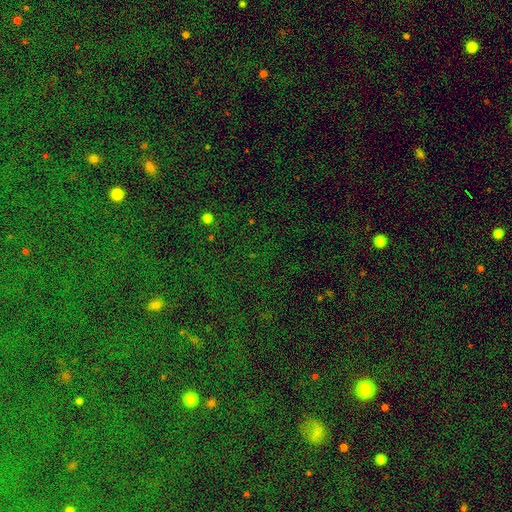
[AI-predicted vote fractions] This appears to be a star or artifact, not a galaxy (82%).